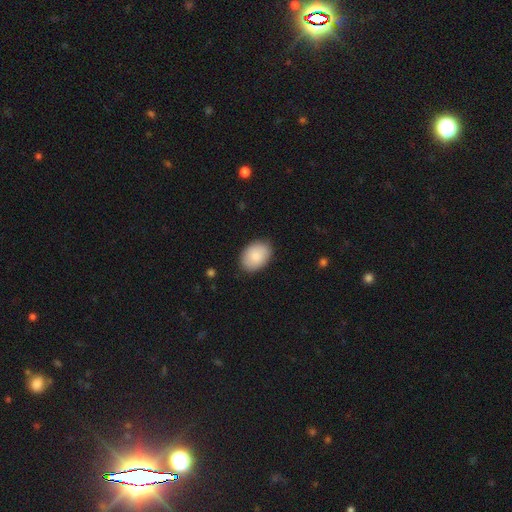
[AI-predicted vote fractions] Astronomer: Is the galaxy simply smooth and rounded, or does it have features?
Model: smooth — 87%.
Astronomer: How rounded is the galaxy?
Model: in between — 83%.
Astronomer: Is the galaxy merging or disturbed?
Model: none — 87%.